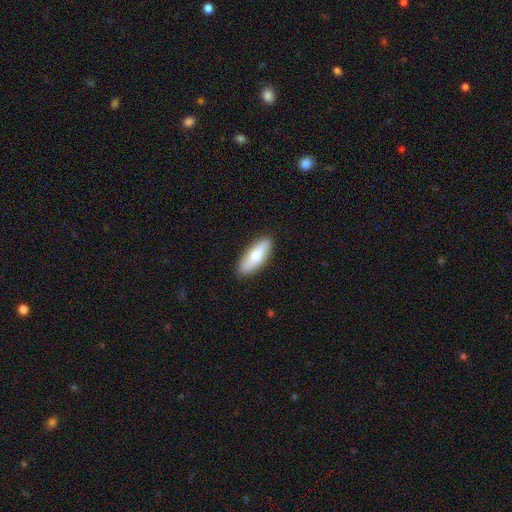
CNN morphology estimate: Smooth or featured? Predicted: smooth (p=0.70). How rounded? Predicted: in between (p=0.61). Merging? Predicted: none (p=0.88).